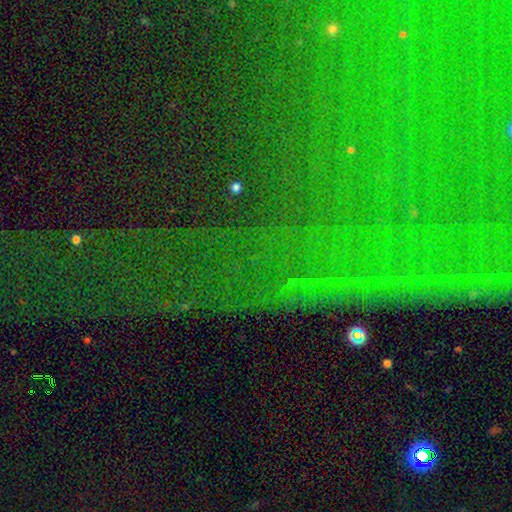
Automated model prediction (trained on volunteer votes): star or artifact 83%, smooth 9%, featured or disk 9%.